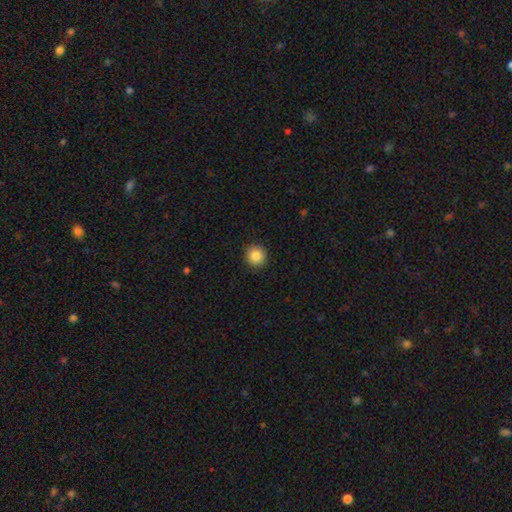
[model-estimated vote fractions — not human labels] The model was most divided on "smooth or featured": smooth: 85%, star or artifact: 10%, featured or disk: 5%. More confident: how rounded — round (94%); merging — none (92%).